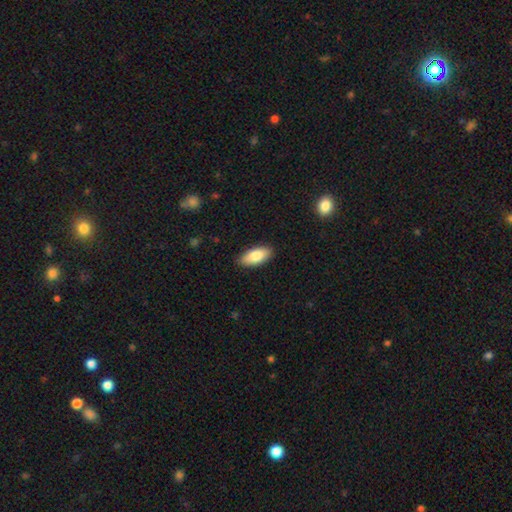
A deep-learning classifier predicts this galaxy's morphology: Smooth or featured? smooth (84%)
How rounded? in between (88%)
Merging? none (87%)